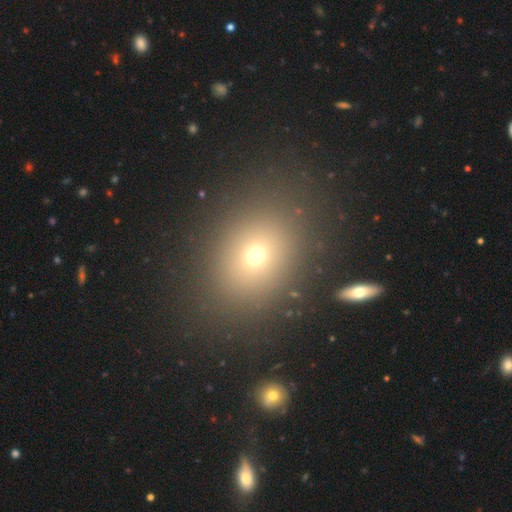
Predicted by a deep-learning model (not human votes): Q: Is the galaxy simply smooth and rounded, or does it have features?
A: smooth — 67%.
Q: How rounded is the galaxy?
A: round — 51%.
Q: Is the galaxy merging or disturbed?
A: none — 84%.